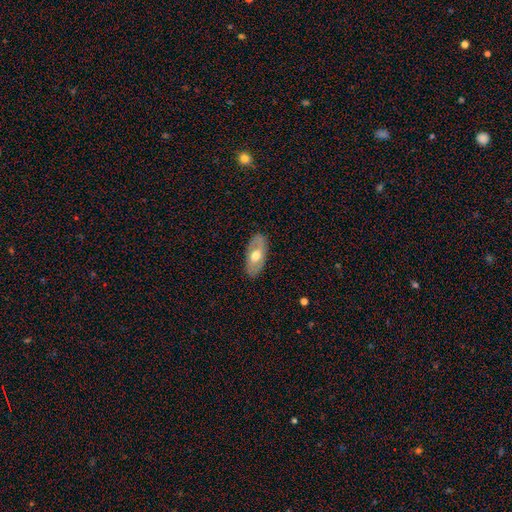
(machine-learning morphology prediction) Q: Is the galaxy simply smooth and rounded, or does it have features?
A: smooth — 50%.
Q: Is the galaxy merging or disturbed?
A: none — 85%.